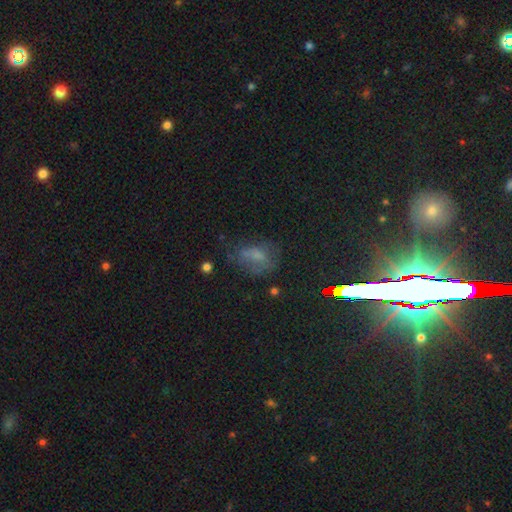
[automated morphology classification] smooth_or_featured: smooth (p=0.49) [alt: star or artifact p=0.27]
merging: none (p=0.48) [alt: minor disturbance p=0.26]